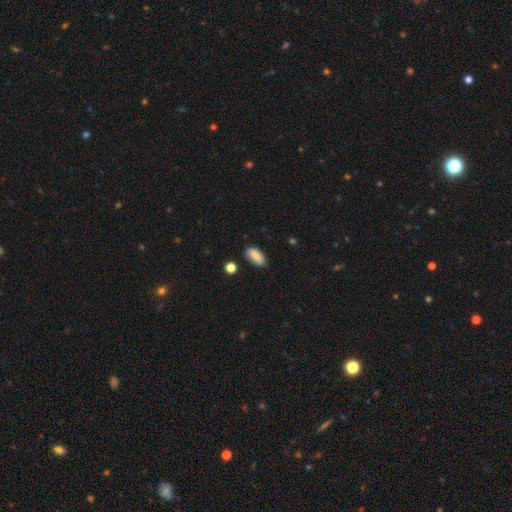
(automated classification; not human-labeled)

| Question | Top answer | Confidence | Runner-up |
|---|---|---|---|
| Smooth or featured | smooth | 85% | star or artifact (7%) |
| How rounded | in between | 89% | cigar-shaped (8%) |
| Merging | none | 80% | minor disturbance (14%) |